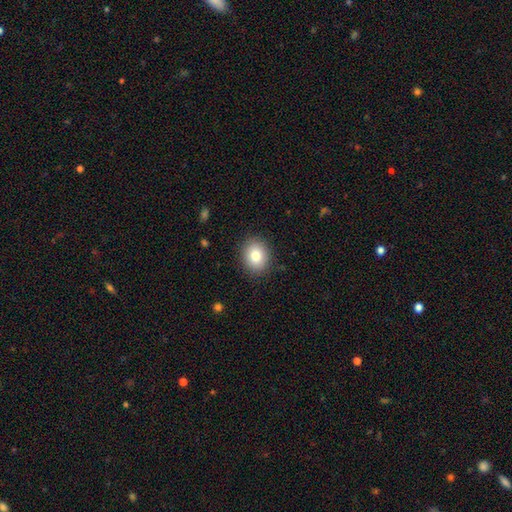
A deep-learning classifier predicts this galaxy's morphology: Smooth or featured? smooth (83%)
How rounded? round (55%)
Merging? none (88%)